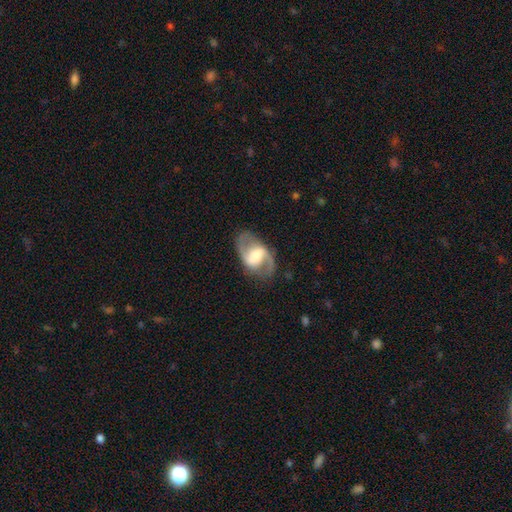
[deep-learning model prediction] smooth_or_featured: featured or disk (p=0.83) [alt: smooth p=0.11]
disk_edge_on: no (p=0.96) [alt: yes p=0.04]
bar: weak (p=0.45) [alt: strong p=0.35]
has_spiral_arms: yes (p=0.93) [alt: no p=0.07]
spiral_winding: medium (p=0.51) [alt: loose p=0.36]
spiral_arm_count: 2 (p=0.92) [alt: can't tell p=0.03]
bulge_size: moderate (p=0.37) [alt: large p=0.32]
merging: none (p=0.79) [alt: minor disturbance p=0.13]